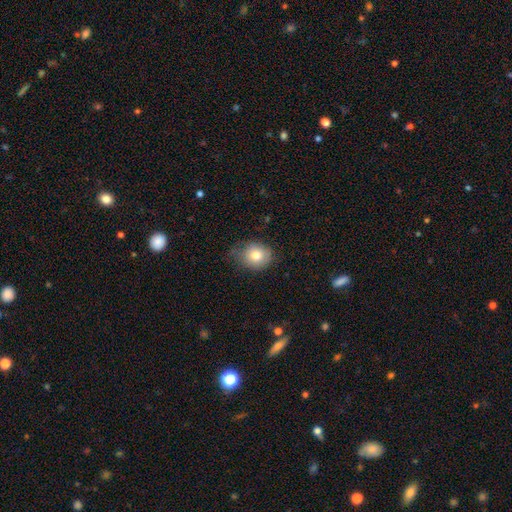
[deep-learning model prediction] The model was most divided on "merging": none: 62%, minor disturbance: 29%, major disturbance: 7%, merger: 1%. More confident: smooth or featured — smooth (79%); how rounded — round (66%).